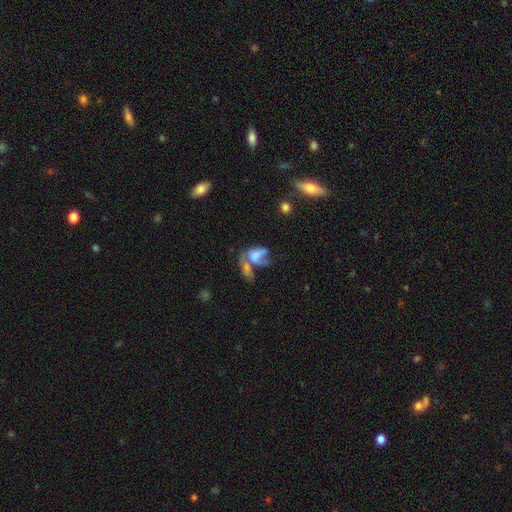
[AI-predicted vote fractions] Smooth or featured: smooth — 47% (featured or disk — 42%)
Merging: merger — 53% (major disturbance — 24%)